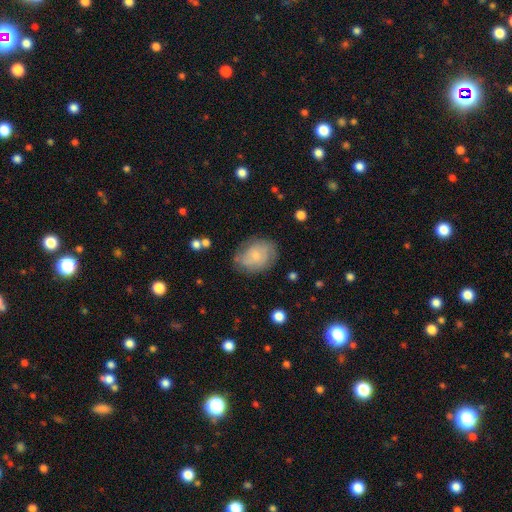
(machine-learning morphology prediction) Q: Smooth or featured?
A: smooth (50%); runner-up: featured or disk (42%)
Q: Merging?
A: none (70%); runner-up: minor disturbance (20%)